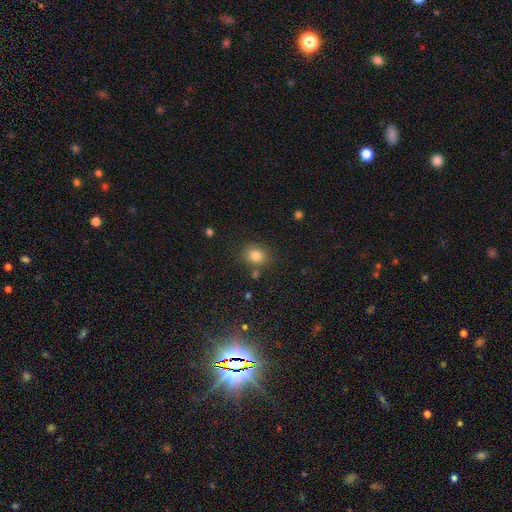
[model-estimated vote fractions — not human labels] This is clearly a smooth galaxy (81%). How rounded: likely round (64%). Merging: likely none (79%).